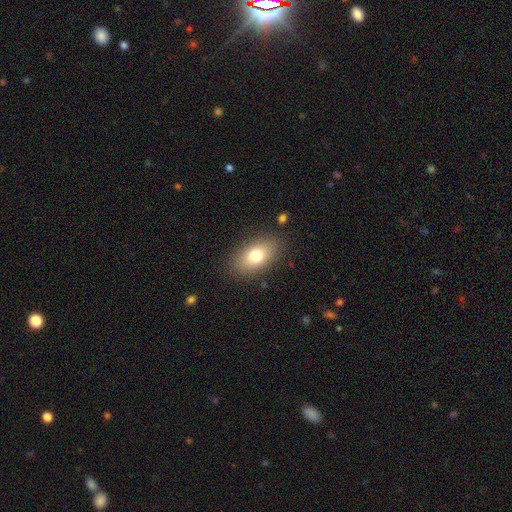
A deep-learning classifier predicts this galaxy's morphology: A smooth galaxy with no disk features (76%) that is in between round and cigar-shaped (88%).

Vote fractions:
- Smooth or featured? smooth: 76% / featured or disk: 15% / star or artifact: 9%
- How rounded? in between: 88% / round: 8% / cigar-shaped: 3%
- Merging? none: 85% / minor disturbance: 10% / major disturbance: 3% / merger: 1%